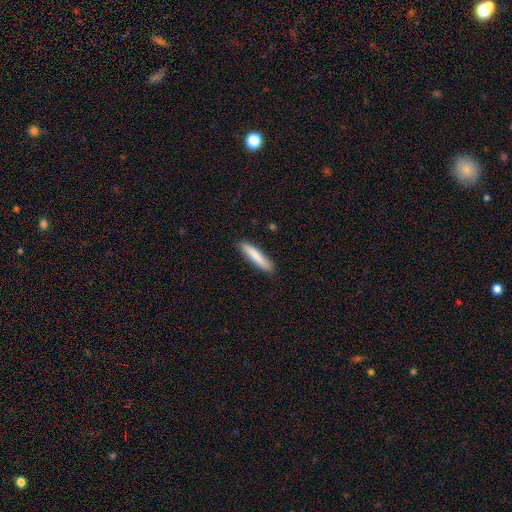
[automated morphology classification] type=smooth (82%); roundness=cigar-shaped (86%); merging=none (86%).